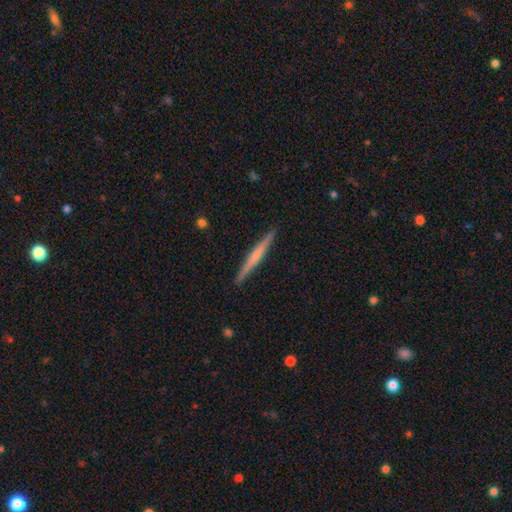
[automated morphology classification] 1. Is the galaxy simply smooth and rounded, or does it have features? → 50% featured or disk, 45% smooth, 5% star or artifact.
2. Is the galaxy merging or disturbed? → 92% none, 6% minor disturbance, 1% major disturbance, 1% merger.